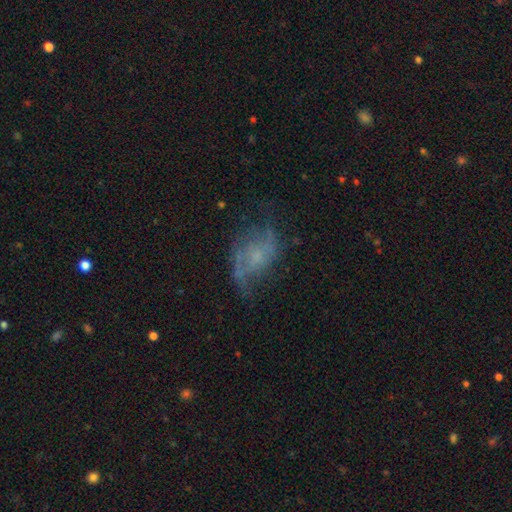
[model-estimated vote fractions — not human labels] The model was most divided on "bulge size": small: 43%, none: 35%, moderate: 18%, large: 3%, dominant: 1%. Remaining: edge-on disk — no (96%); bar — no (73%); spiral arms — yes (70%); smooth or featured — featured or disk (61%); merging — none (47%).